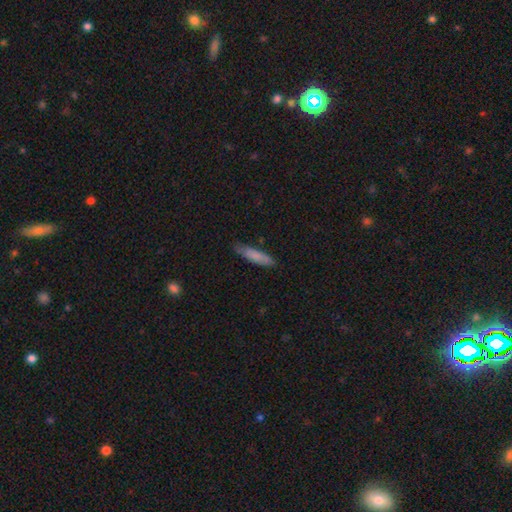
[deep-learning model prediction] This is likely a smooth galaxy (80%). How rounded: likely cigar-shaped (79%). Merging: clearly none (81%).